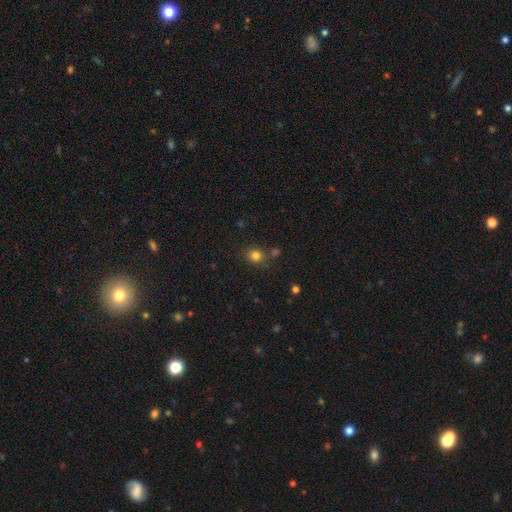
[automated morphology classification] This is clearly a smooth galaxy (80%). How rounded: likely round (79%). Merging: likely none (76%).